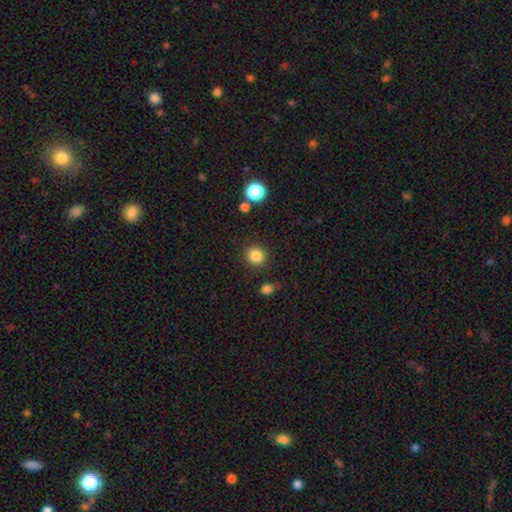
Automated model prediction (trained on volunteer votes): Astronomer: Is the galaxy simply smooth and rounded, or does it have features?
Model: smooth — 85%.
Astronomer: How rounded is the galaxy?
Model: round — 90%.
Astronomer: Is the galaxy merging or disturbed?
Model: none — 89%.